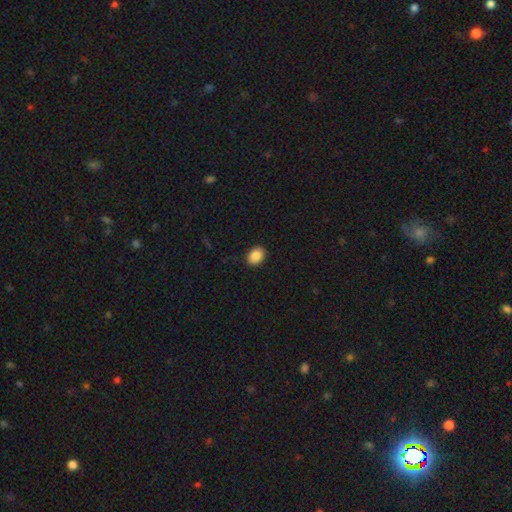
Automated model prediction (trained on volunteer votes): A smooth galaxy with no disk features (88%) that is in between round and cigar-shaped (66%). Merging: none (89%).